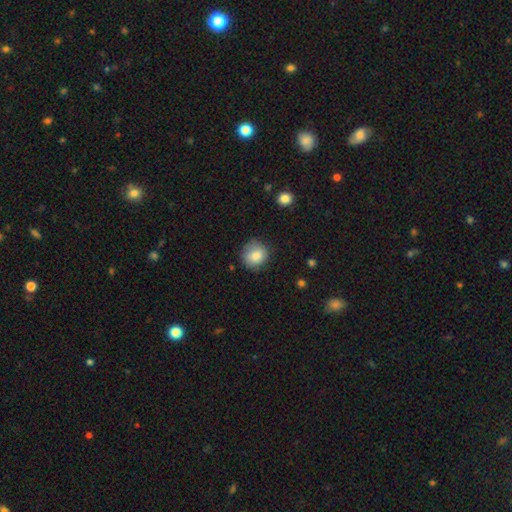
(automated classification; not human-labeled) Smooth or featured? Predicted: smooth (p=0.82). How rounded? Predicted: round (p=0.84). Merging? Predicted: none (p=0.77).